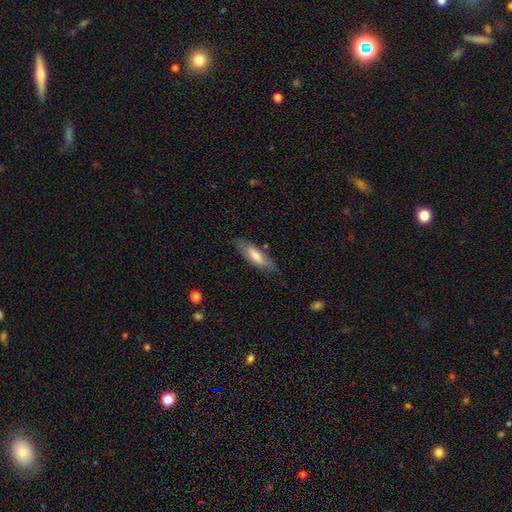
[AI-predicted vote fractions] smooth 62%, featured or disk 32%, star or artifact 6%. Down the decision tree: how rounded — cigar-shaped (52%); merging — none (76%).